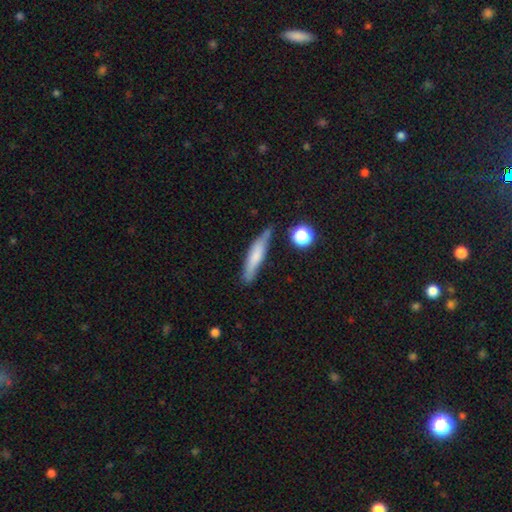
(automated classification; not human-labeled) Smooth or featured?
  - smooth: 62% *
  - featured or disk: 30%
  - star or artifact: 8%
How rounded?
  - cigar-shaped: 84% *
  - in between: 14%
  - round: 2%
Merging?
  - none: 68% *
  - minor disturbance: 21%
  - merger: 6%
  - major disturbance: 5%